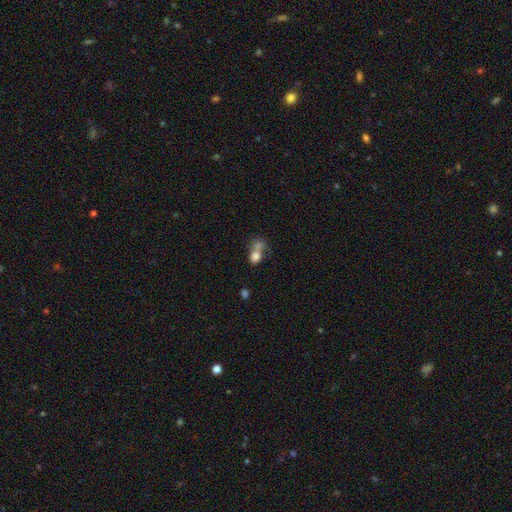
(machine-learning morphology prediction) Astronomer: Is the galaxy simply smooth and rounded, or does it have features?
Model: smooth — 77%.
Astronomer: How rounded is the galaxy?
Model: in between — 52% (runner-up: round, 47%).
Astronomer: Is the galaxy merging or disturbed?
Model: merger — 63%.